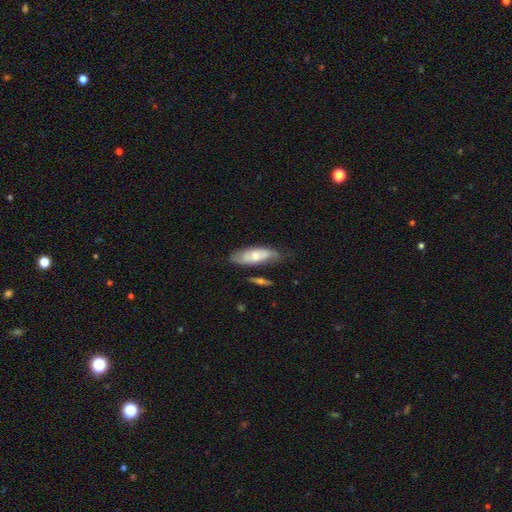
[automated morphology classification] Smooth or featured: smooth — 51% (featured or disk — 43%)
How rounded: in between — 72% (cigar-shaped — 25%)
Merging: none — 63% (minor disturbance — 24%)